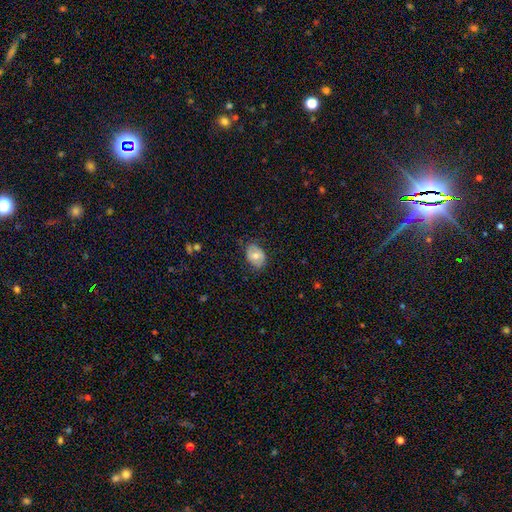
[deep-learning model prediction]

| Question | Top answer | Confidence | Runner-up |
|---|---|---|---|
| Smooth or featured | smooth | 59% | featured or disk (34%) |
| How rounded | in between | 73% | round (26%) |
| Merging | none | 74% | minor disturbance (20%) |